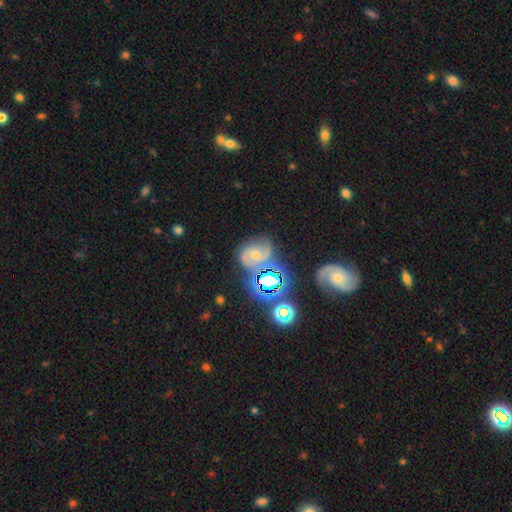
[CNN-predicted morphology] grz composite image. It shows a featured or disk galaxy (66%) with no bar (61%), 2 (65%) medium (51%) spiral arms (93%) and a small central bulge (49%). Merging: none (57%).